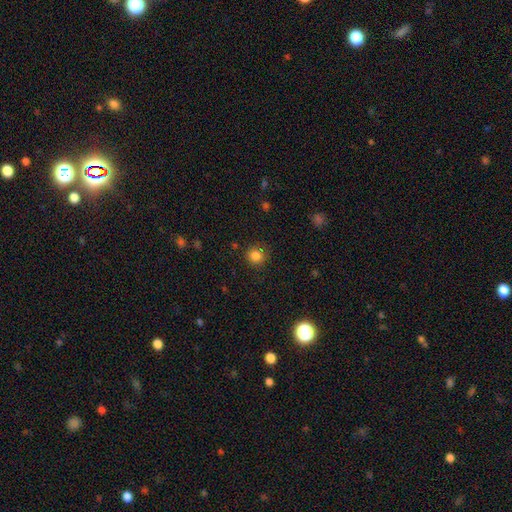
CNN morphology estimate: smooth_or_featured: smooth (p=0.84) [alt: star or artifact p=0.12]
how_rounded: round (p=0.89) [alt: in between p=0.10]
merging: none (p=0.85) [alt: minor disturbance p=0.10]